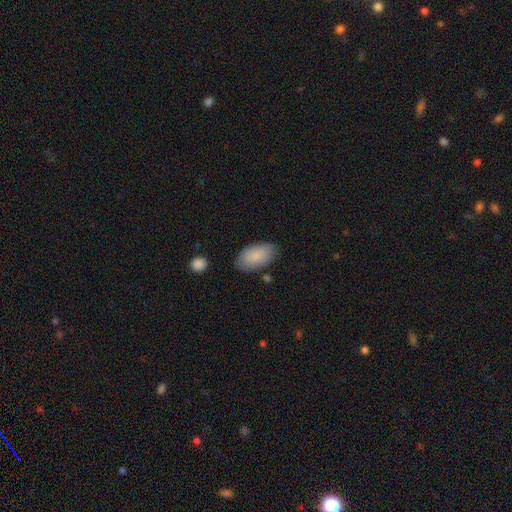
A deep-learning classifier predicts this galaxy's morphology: type=smooth (85%); roundness=in between (95%); merging=none (80%).